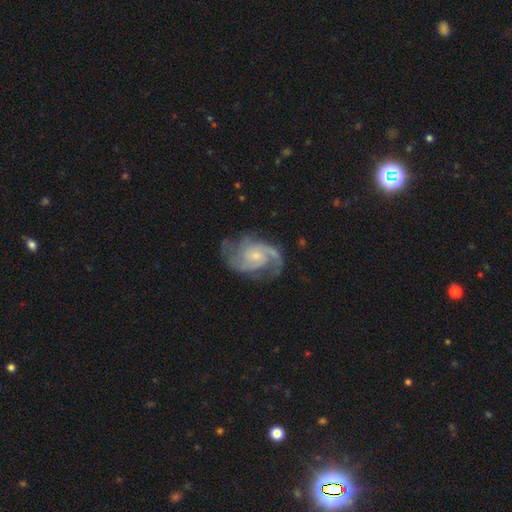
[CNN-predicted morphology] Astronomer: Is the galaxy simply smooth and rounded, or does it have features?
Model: featured or disk — 87%.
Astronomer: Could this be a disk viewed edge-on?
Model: no — 98%.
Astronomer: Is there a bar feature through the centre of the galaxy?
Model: no — 61%.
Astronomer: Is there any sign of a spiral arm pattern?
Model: yes — 96%.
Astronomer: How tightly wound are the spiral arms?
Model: medium — 53%.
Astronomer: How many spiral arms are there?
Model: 2 — 65%.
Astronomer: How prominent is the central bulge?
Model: small — 67%.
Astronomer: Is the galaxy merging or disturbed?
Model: none — 65%.